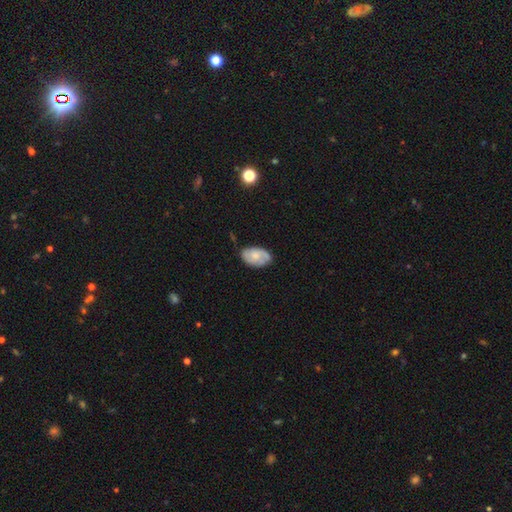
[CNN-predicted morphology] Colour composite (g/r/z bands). It shows a smooth galaxy with no disk features (51%) that is in between round and cigar-shaped (92%). Merging: none (69%).